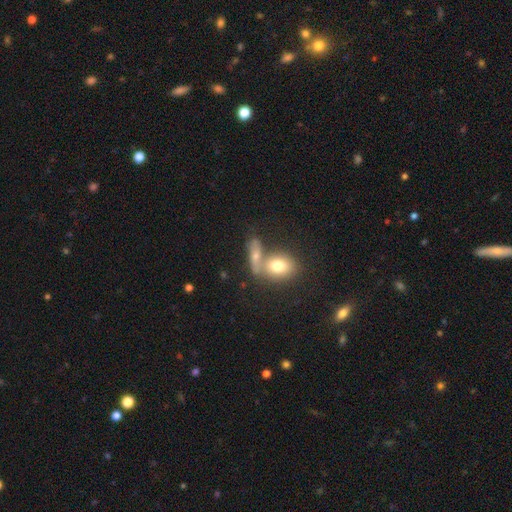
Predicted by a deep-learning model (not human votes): smooth_or_featured: smooth (p=0.67) [alt: featured or disk p=0.23]
how_rounded: in between (p=0.59) [alt: round p=0.24]
merging: merger (p=0.43) [alt: none p=0.41]